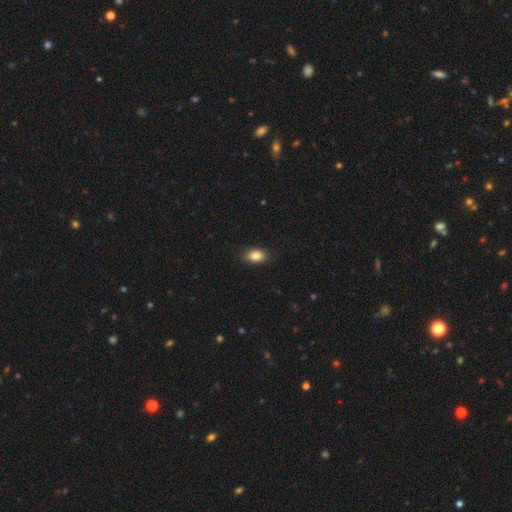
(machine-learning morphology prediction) A smooth galaxy with no disk features (85%) that is in between round and cigar-shaped (84%).

Vote fractions:
- Smooth or featured? smooth: 85% / star or artifact: 8% / featured or disk: 6%
- How rounded? in between: 84% / round: 14% / cigar-shaped: 2%
- Merging? none: 86% / minor disturbance: 11% / major disturbance: 2% / merger: 1%